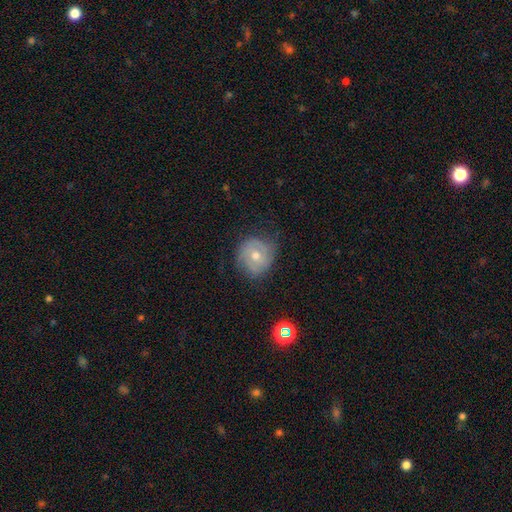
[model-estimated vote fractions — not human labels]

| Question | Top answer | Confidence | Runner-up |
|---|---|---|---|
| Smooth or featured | featured or disk | 65% | smooth (24%) |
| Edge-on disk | no | 97% | yes (3%) |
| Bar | no | 73% | weak (22%) |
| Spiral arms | yes | 85% | no (15%) |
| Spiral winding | tight | 60% | medium (30%) |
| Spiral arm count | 2 | 37% | can't tell (33%) |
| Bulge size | moderate | 64% | small (32%) |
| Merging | none | 73% | minor disturbance (19%) |